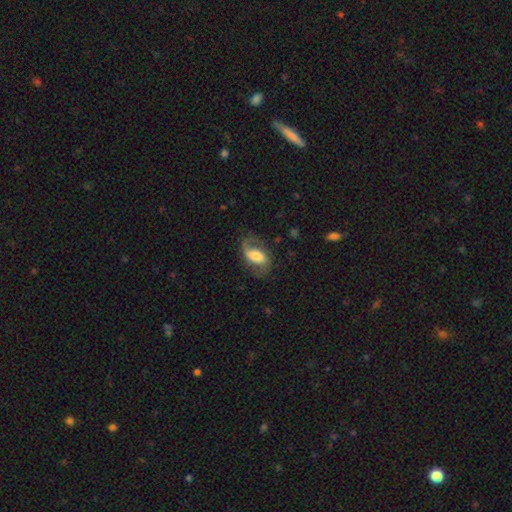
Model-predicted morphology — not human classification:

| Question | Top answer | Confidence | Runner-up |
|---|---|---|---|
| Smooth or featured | featured or disk | 67% | smooth (27%) |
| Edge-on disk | no | 96% | yes (4%) |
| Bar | weak | 39% | no (36%) |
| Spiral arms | yes | 90% | no (10%) |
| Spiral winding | loose | 49% | medium (40%) |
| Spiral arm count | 2 | 77% | 1 (16%) |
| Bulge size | moderate | 48% | large (23%) |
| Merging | none | 63% | minor disturbance (19%) |